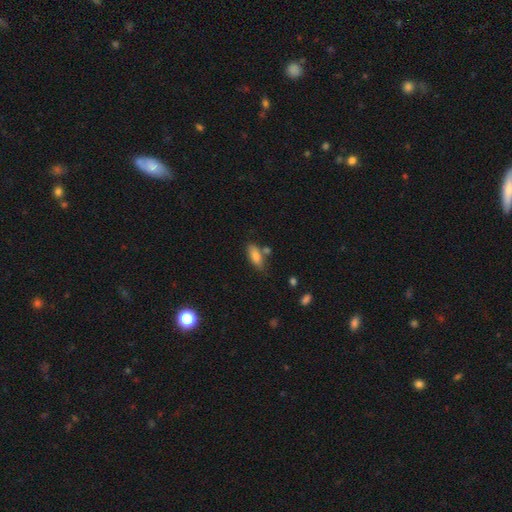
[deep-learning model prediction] The model was most divided on "merging": none: 65%, minor disturbance: 18%, merger: 12%, major disturbance: 4%. More confident: smooth or featured — smooth (82%); how rounded — in between (76%).